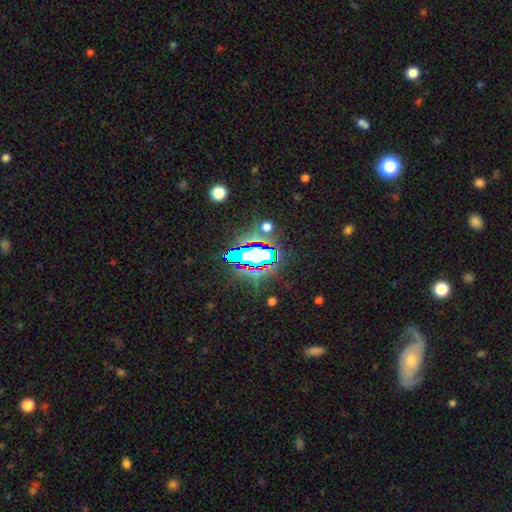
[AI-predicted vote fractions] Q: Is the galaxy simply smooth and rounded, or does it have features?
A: star or artifact — 70%.